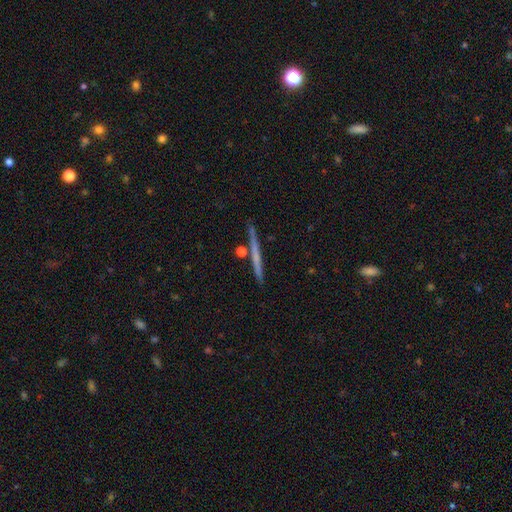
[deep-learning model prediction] featured or disk 51%, smooth 42%, star or artifact 6%. Down the decision tree: edge-on disk — yes (97%); merging — none (87%).